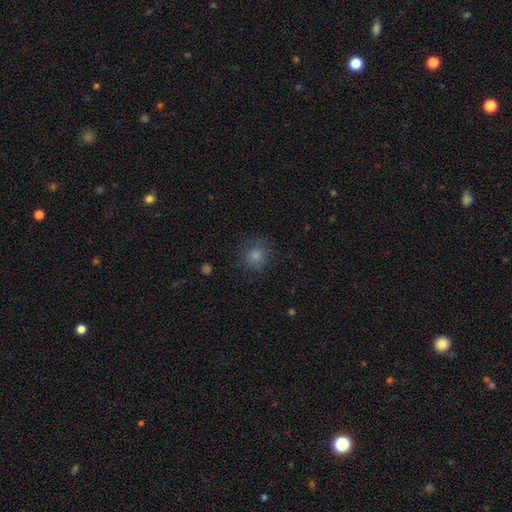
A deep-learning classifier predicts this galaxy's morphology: smooth-or-featured: smooth: 83% | star or artifact: 12% | featured or disk: 5%
  how-rounded: round: 86% | in between: 13% | cigar-shaped: 1%
  merging: none: 82% | minor disturbance: 12% | major disturbance: 5% | merger: 1%